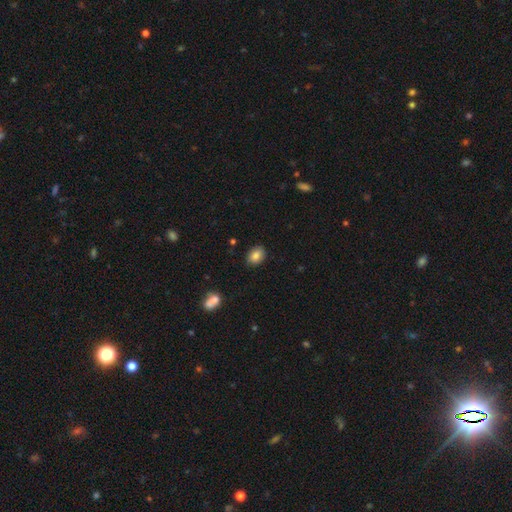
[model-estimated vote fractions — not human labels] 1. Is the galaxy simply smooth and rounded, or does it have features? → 84% smooth, 9% star or artifact, 7% featured or disk.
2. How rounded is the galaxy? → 69% in between, 30% round, 1% cigar-shaped.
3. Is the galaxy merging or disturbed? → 86% none, 10% minor disturbance, 2% major disturbance, 1% merger.